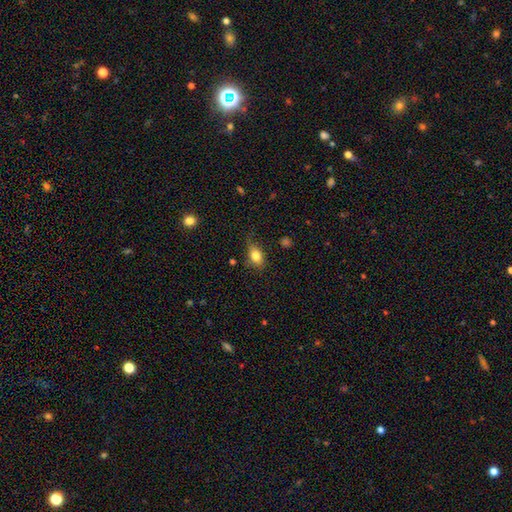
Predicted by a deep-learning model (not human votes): Smooth or featured?
  - smooth: 81% *
  - featured or disk: 10%
  - star or artifact: 9%
How rounded?
  - in between: 80% *
  - round: 16%
  - cigar-shaped: 4%
Merging?
  - none: 64% *
  - minor disturbance: 27%
  - major disturbance: 7%
  - merger: 2%